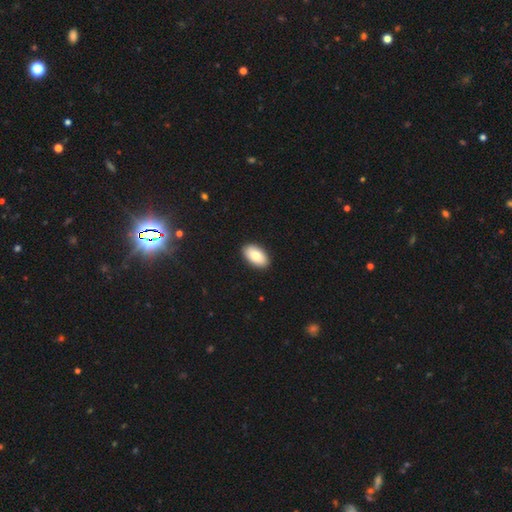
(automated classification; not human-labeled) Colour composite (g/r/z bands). It shows a smooth galaxy with no disk features (83%) that is in between round and cigar-shaped (95%). Merging: none (91%).